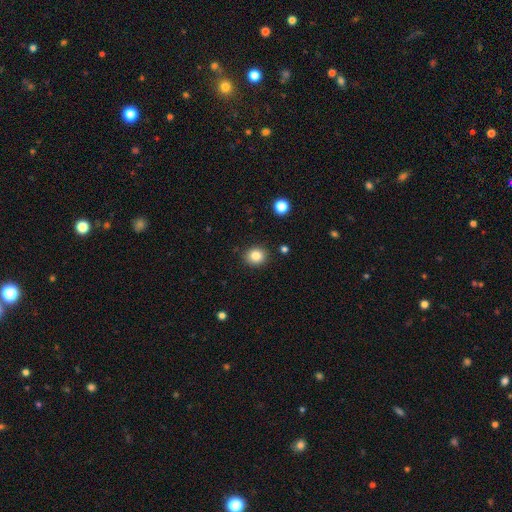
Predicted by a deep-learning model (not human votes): Smooth or featured? smooth (84%)
How rounded? round (77%)
Merging? none (89%)